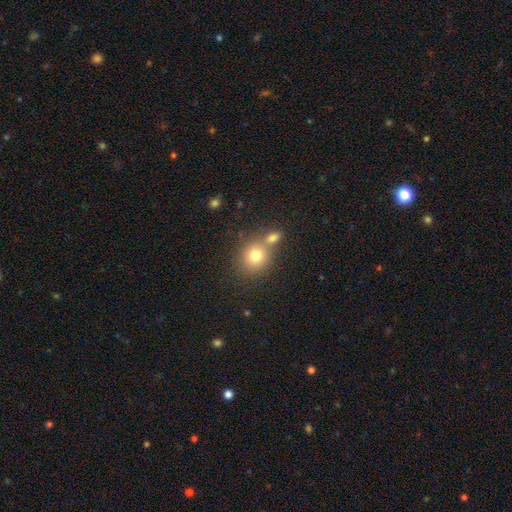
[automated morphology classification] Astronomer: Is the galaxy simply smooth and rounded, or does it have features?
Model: smooth — 77%.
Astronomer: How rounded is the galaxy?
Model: round — 79%.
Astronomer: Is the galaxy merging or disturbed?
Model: none — 51% (runner-up: merger, 35%).